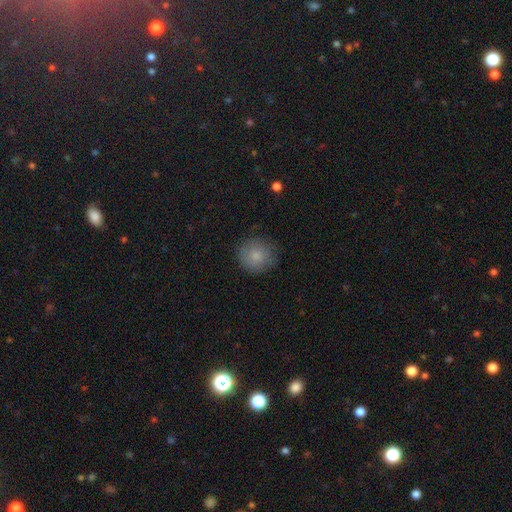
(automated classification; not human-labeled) A smooth galaxy with no disk features (85%) that is round (91%). Merging: none (84%).